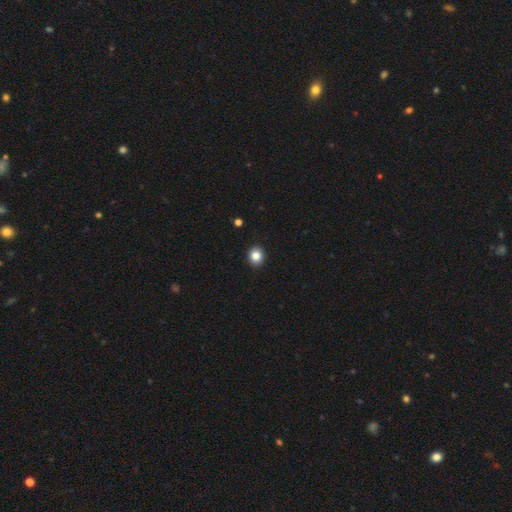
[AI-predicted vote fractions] Smooth or featured? smooth (84%)
How rounded? round (80%)
Merging? none (92%)